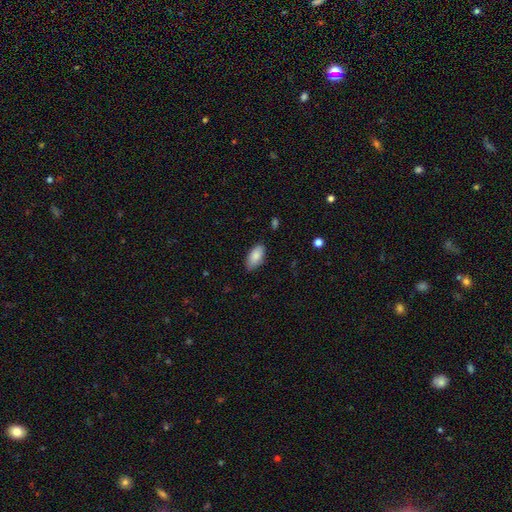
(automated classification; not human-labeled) This appears to be a smooth galaxy with no disk features (85%) that is in between round and cigar-shaped (93%). Merging: none (83%).